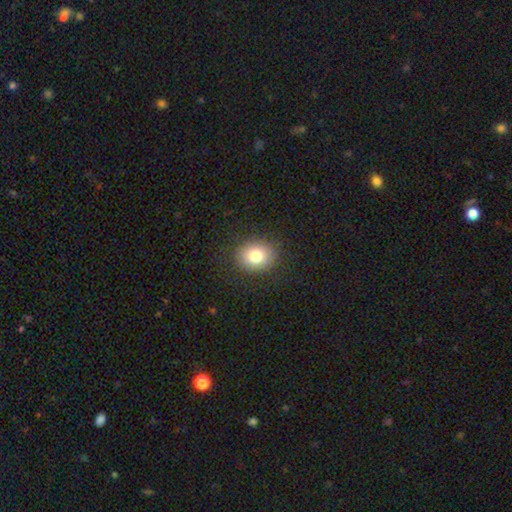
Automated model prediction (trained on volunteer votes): The model was most divided on "how rounded": round: 57%, in between: 42%, cigar-shaped: 1%. More confident: merging — none (87%); smooth or featured — smooth (80%).